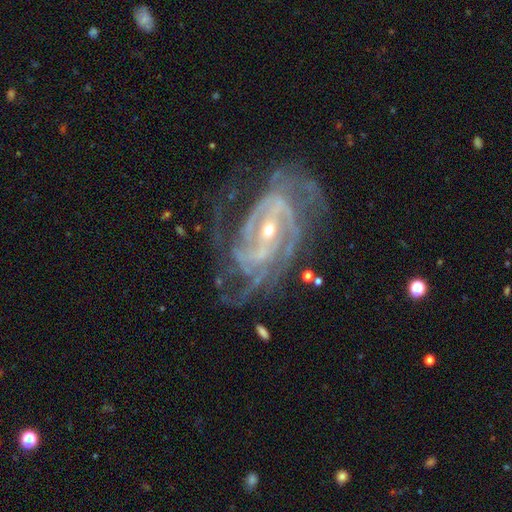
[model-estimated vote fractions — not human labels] Overall: featured or disk (91%). Edge-on disk: no (96%). Bar: strong (41%; weak 36%). Spiral arms: yes (97%). Spiral arm count: 3 (25%; 2 22%). Spiral winding: tight (52%; medium 39%). Bulge size: small (69%). Merging: none (55%; major disturbance 22%).